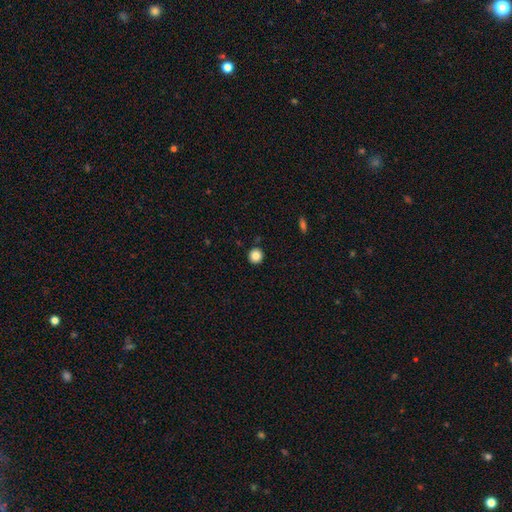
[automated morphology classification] A smooth galaxy with no disk features (85%) that is round (93%).

Vote fractions:
- Smooth or featured? smooth: 85% / star or artifact: 10% / featured or disk: 5%
- How rounded? round: 93% / in between: 6% / cigar-shaped: 1%
- Merging? none: 91% / minor disturbance: 6% / merger: 2% / major disturbance: 2%